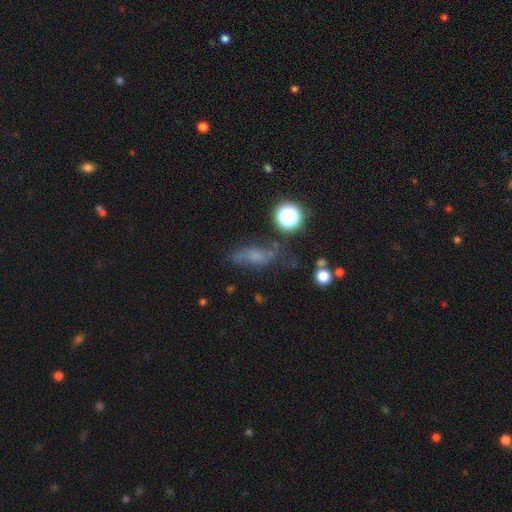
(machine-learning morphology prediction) A smooth galaxy with no disk features (42%). Merging: none (56%).